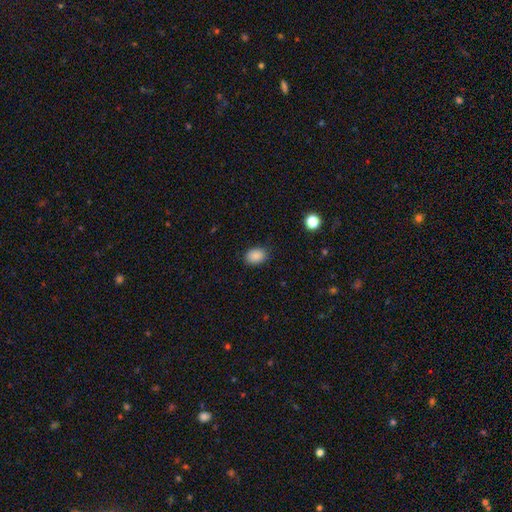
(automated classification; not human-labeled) smooth-or-featured: smooth: 88% | star or artifact: 9% | featured or disk: 3%
  how-rounded: in between: 77% | round: 22% | cigar-shaped: 1%
  merging: none: 85% | minor disturbance: 11% | major disturbance: 3% | merger: 1%